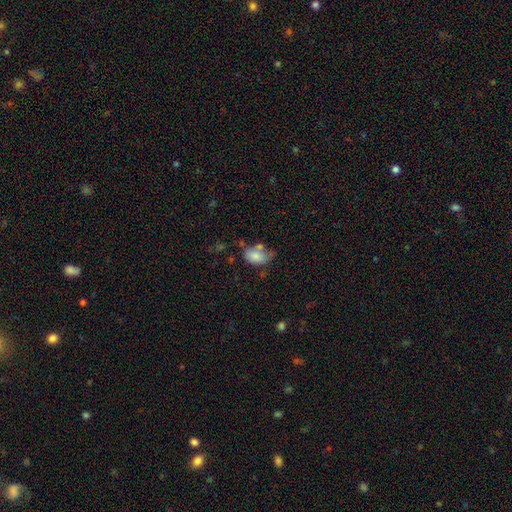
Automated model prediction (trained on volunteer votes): smooth 76%, featured or disk 15%, star or artifact 9%. Down the decision tree: how rounded — in between (86%); merging — none (39%).